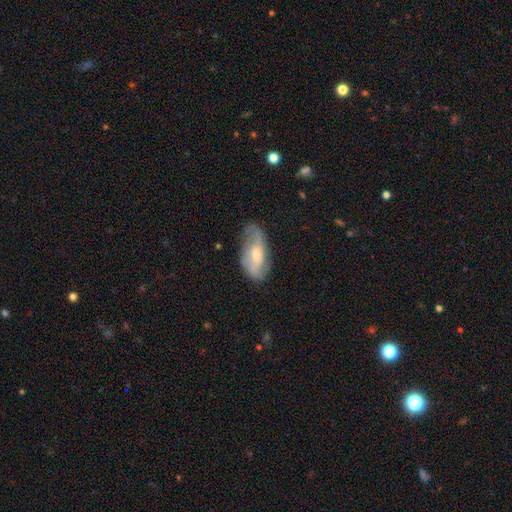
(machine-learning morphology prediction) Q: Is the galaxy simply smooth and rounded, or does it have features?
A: featured or disk — 60%.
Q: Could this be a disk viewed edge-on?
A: no — 90%.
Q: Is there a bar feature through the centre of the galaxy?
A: no — 52%.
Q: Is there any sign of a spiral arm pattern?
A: yes — 80%.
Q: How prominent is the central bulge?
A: small — 58%.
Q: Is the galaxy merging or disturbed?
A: none — 59%.